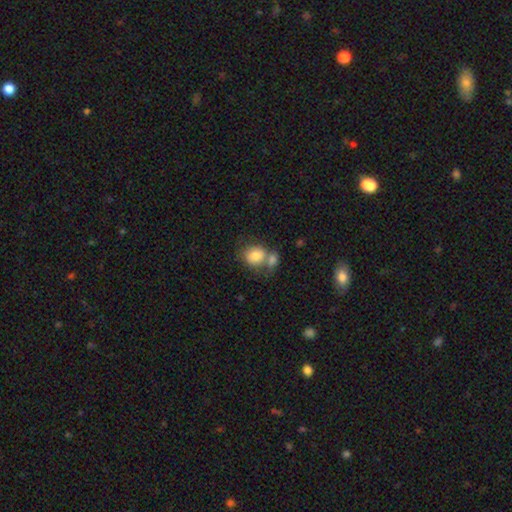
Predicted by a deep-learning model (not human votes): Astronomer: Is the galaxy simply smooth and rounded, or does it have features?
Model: smooth — 80%.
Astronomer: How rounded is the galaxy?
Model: round — 60% (runner-up: in between, 39%).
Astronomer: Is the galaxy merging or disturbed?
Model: merger — 45% (runner-up: none, 38%).